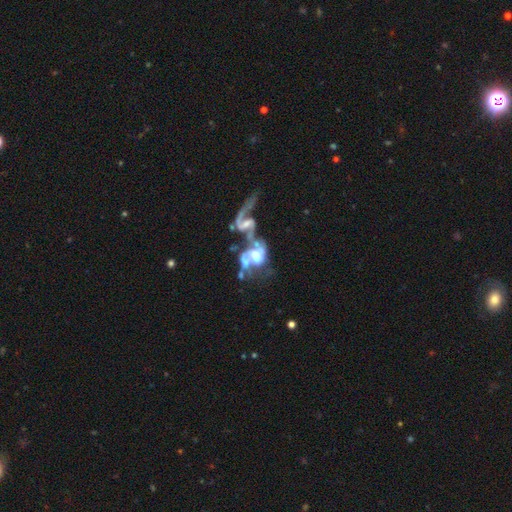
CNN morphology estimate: featured or disk 72%, smooth 18%, star or artifact 11%. Down the decision tree: edge-on disk — no (96%); bar — no (51%); spiral arms — yes (69%); bulge size — moderate (41%); merging — merger (67%).